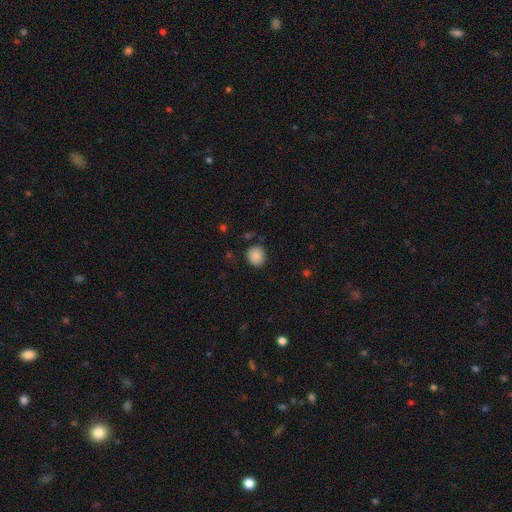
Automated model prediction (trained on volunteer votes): A smooth galaxy with no disk features (86%) that is round (78%). Merging: none (84%).